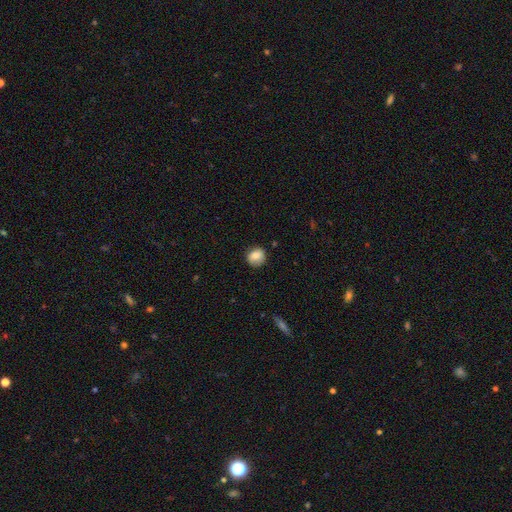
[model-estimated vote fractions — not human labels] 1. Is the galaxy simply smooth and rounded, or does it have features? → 81% smooth, 10% featured or disk, 9% star or artifact.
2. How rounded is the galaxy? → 77% round, 22% in between, 1% cigar-shaped.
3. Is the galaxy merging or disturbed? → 81% none, 15% minor disturbance, 3% major disturbance, 2% merger.